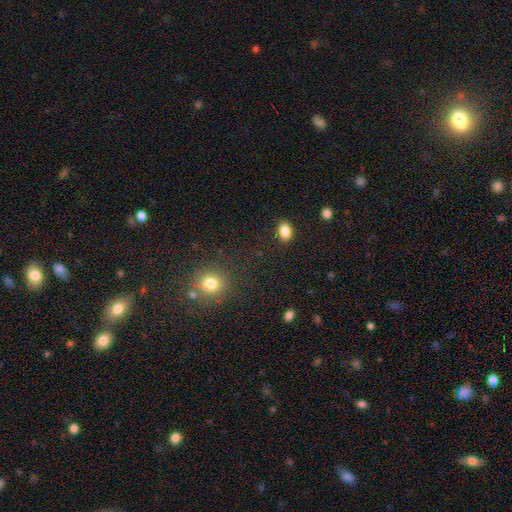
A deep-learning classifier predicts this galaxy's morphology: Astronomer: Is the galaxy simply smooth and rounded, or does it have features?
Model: smooth — 55% (runner-up: star or artifact, 40%).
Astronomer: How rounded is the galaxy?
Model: round — 88%.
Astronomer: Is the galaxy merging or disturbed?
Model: none — 83%.